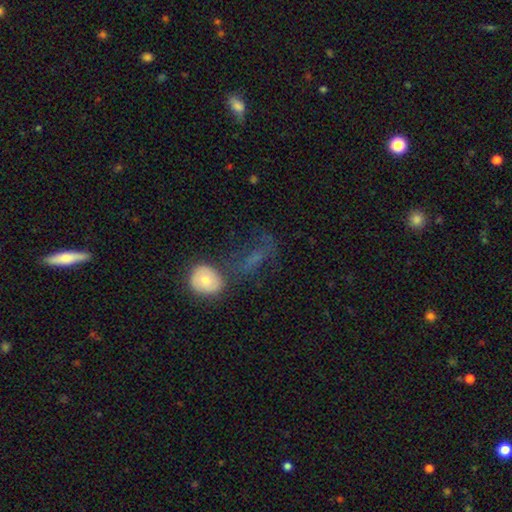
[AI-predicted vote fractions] Smooth or featured? Predicted: smooth (p=0.41). Merging? Predicted: none (p=0.45).